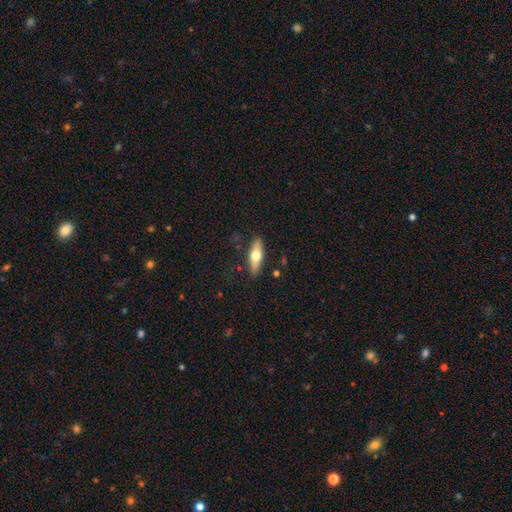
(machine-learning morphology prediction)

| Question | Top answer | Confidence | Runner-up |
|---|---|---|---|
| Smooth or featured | smooth | 52% | featured or disk (43%) |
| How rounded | cigar-shaped | 53% | in between (44%) |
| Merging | none | 86% | minor disturbance (10%) |